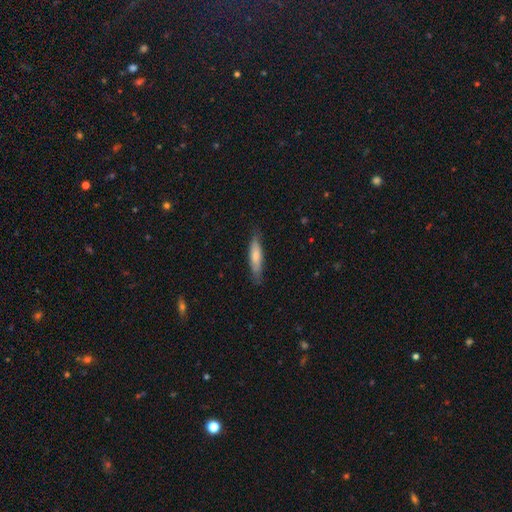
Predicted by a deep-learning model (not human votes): Smooth or featured? Predicted: smooth (p=0.73). How rounded? Predicted: cigar-shaped (p=0.75). Merging? Predicted: none (p=0.79).